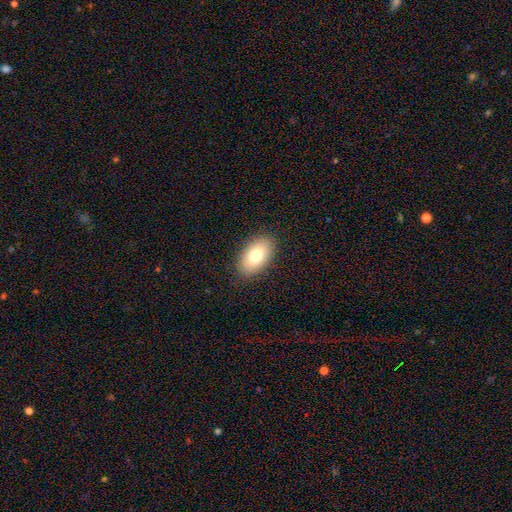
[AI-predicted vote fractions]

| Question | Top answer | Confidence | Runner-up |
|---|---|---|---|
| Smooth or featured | smooth | 77% | featured or disk (15%) |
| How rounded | in between | 93% | round (6%) |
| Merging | none | 87% | minor disturbance (10%) |